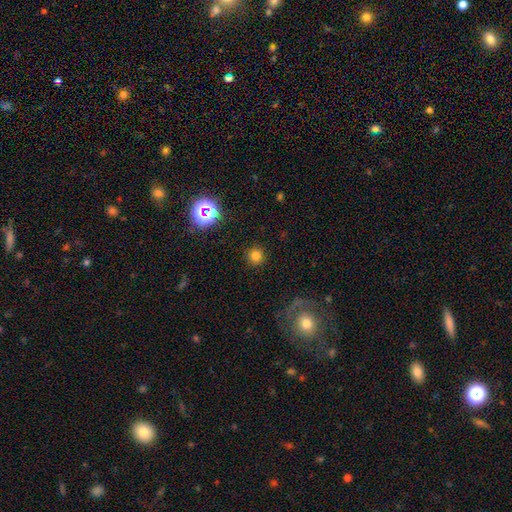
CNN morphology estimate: Smooth or featured? Predicted: smooth (p=0.77). How rounded? Predicted: round (p=0.95). Merging? Predicted: none (p=0.90).